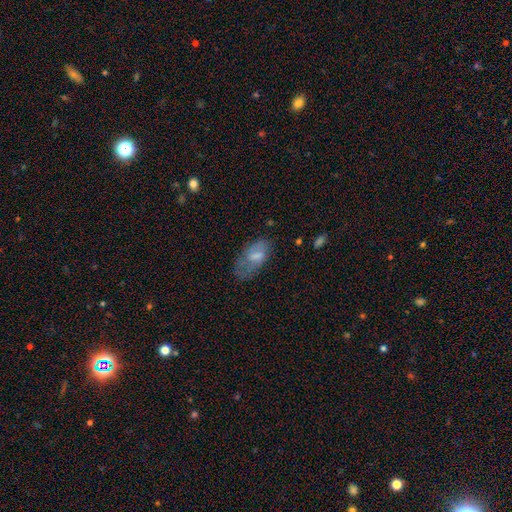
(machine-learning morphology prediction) This appears to be a smooth galaxy with no disk features (60%) that is in between round and cigar-shaped (91%). Merging: none (49%).